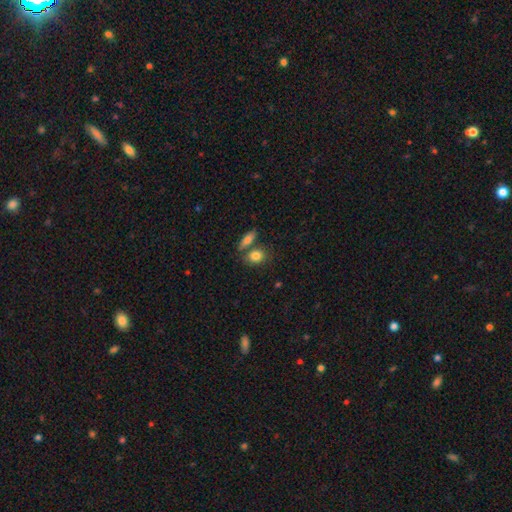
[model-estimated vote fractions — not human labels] This is clearly a smooth galaxy (83%). How rounded: likely in between (60%). Merging: possibly none (57%).